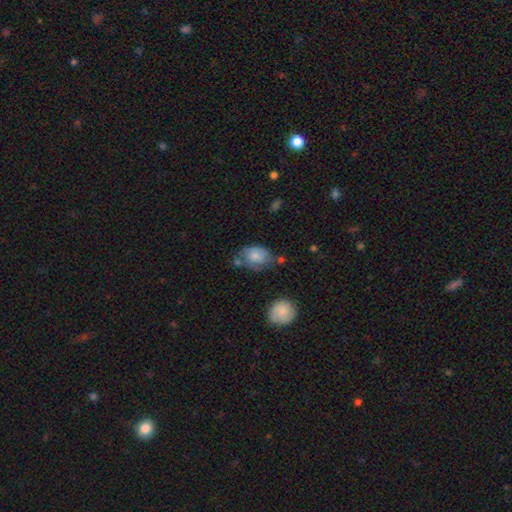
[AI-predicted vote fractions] Smooth or featured: smooth — 70% (featured or disk — 22%)
How rounded: in between — 74% (round — 25%)
Merging: none — 44% (minor disturbance — 32%)